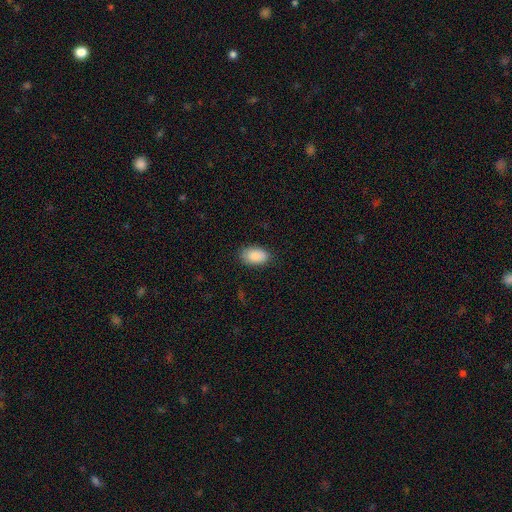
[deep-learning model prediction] A smooth galaxy with no disk features (89%) that is in between round and cigar-shaped (93%).

Vote fractions:
- Smooth or featured? smooth: 89% / star or artifact: 6% / featured or disk: 5%
- How rounded? in between: 93% / round: 6% / cigar-shaped: 1%
- Merging? none: 83% / minor disturbance: 13% / major disturbance: 3% / merger: 1%